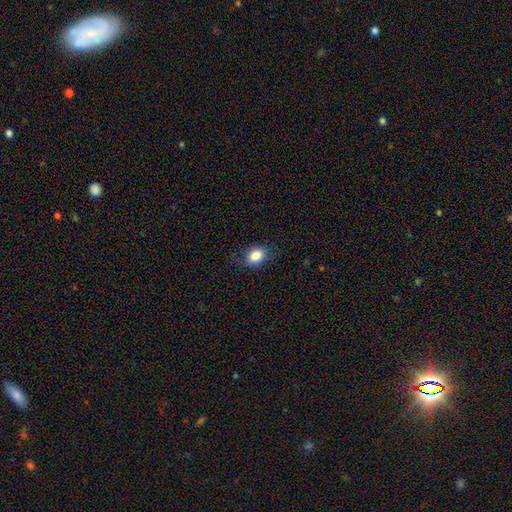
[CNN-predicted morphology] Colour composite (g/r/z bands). It shows a smooth galaxy with no disk features (85%) that is in between round and cigar-shaped (57%). Merging: none (80%).